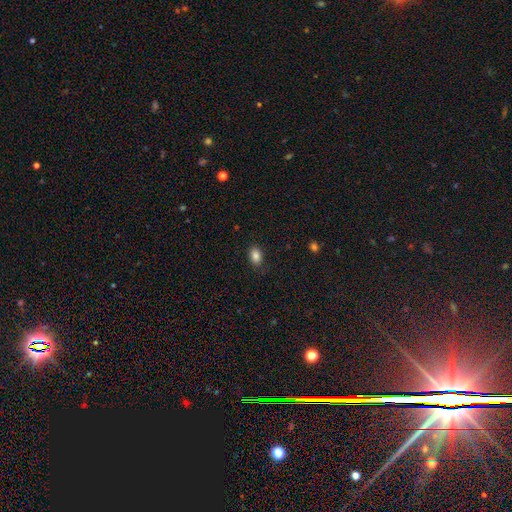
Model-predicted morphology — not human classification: This appears to be a smooth galaxy with no disk features (86%) that is in between round and cigar-shaped (79%). Merging: none (84%).